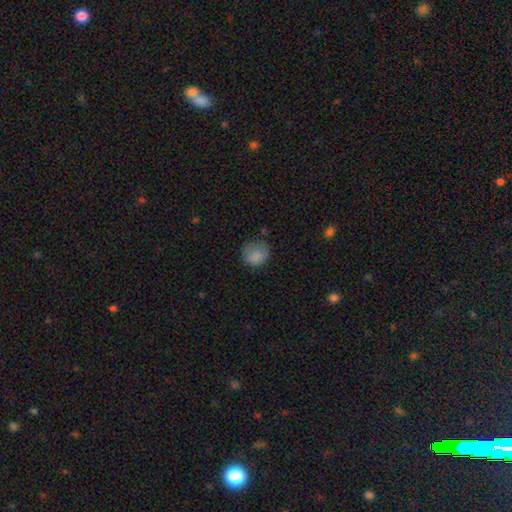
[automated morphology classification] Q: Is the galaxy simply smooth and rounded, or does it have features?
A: smooth — 81%.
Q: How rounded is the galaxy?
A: round — 78%.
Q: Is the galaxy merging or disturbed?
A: none — 58%.